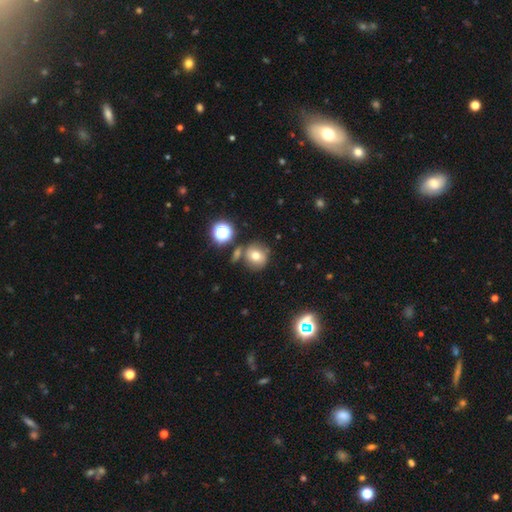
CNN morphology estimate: Smooth or featured?
  - smooth: 68% *
  - star or artifact: 17%
  - featured or disk: 15%
How rounded?
  - round: 85% *
  - in between: 14%
  - cigar-shaped: 1%
Merging?
  - none: 67% *
  - merger: 14%
  - minor disturbance: 14%
  - major disturbance: 5%